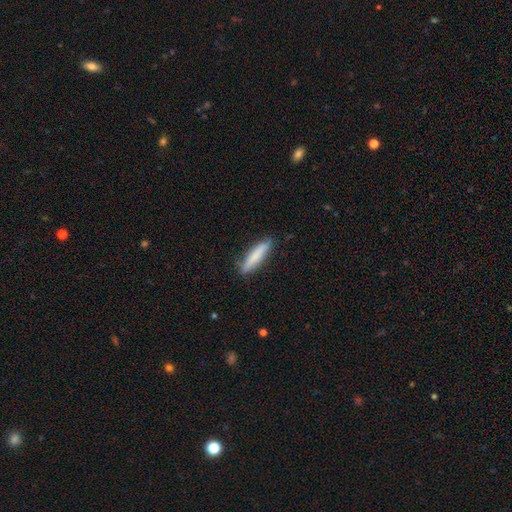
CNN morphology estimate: This appears to be a smooth galaxy with no disk features (79%) that is cigar-shaped (84%). Merging: none (85%).